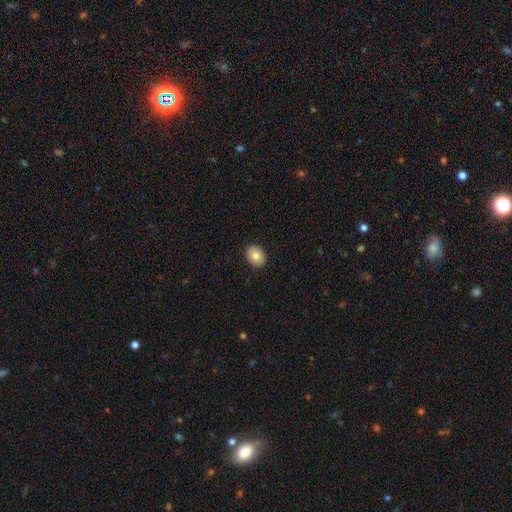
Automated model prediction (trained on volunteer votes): This is clearly a smooth galaxy (82%). How rounded: possibly in between (52%). Merging: clearly none (91%).